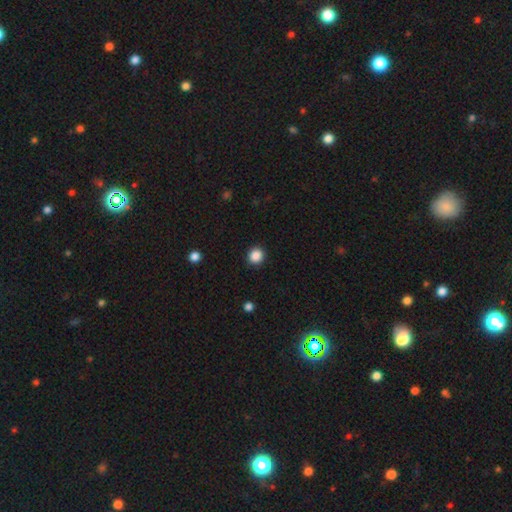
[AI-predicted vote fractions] smooth 87%, star or artifact 11%, featured or disk 3%. Down the decision tree: how rounded — round (89%); merging — none (92%).